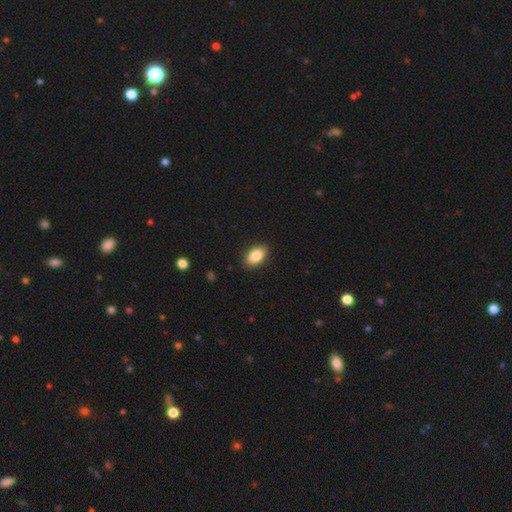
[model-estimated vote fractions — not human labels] smooth_or_featured: smooth (p=0.85) [alt: featured or disk p=0.08]
how_rounded: in between (p=0.91) [alt: round p=0.07]
merging: none (p=0.89) [alt: minor disturbance p=0.08]